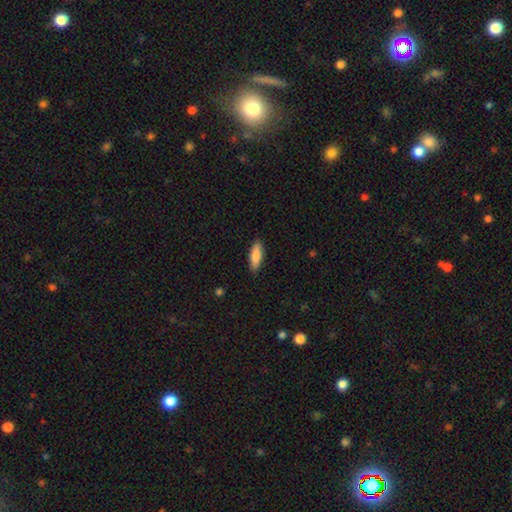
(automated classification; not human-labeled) A smooth galaxy with no disk features (83%) that is in between round and cigar-shaped (58%). Merging: none (88%).